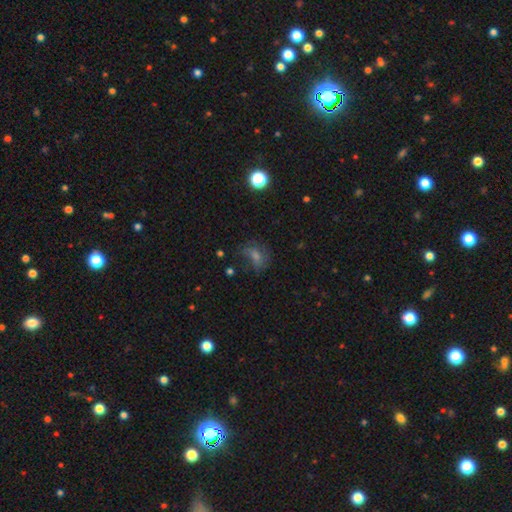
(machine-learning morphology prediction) Smooth or featured: smooth — 46% (star or artifact — 28%)
Merging: none — 53% (minor disturbance — 23%)